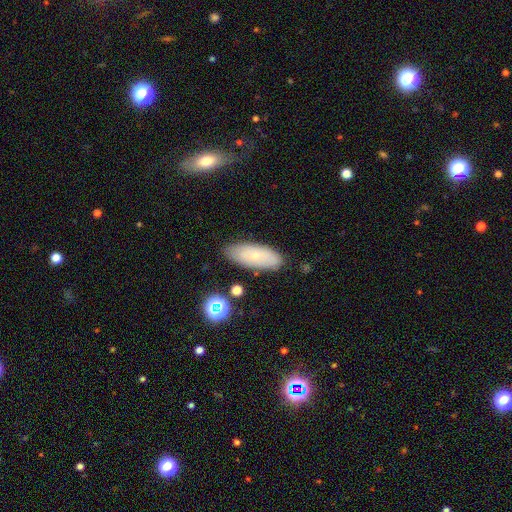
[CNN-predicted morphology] type=smooth (64%); roundness=in between (80%); merging=none (81%).